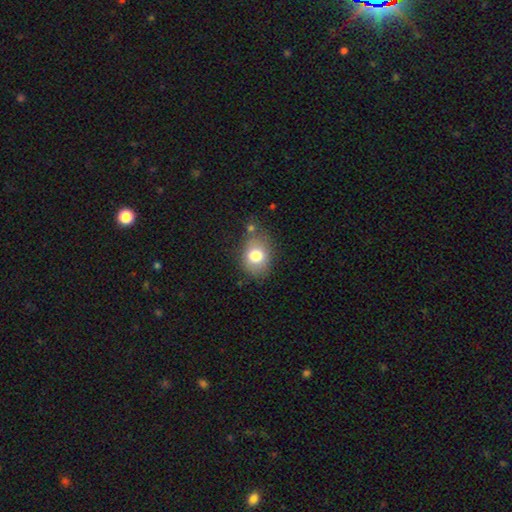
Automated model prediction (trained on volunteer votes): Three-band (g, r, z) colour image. It shows a smooth galaxy with no disk features (77%) that is in between round and cigar-shaped (60%). Merging: none (65%).